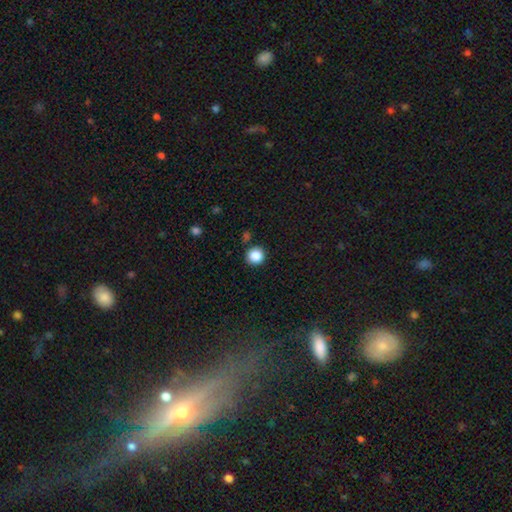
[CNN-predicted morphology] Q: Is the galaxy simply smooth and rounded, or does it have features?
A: smooth — 87%.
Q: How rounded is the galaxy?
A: round — 94%.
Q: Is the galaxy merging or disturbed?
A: none — 88%.